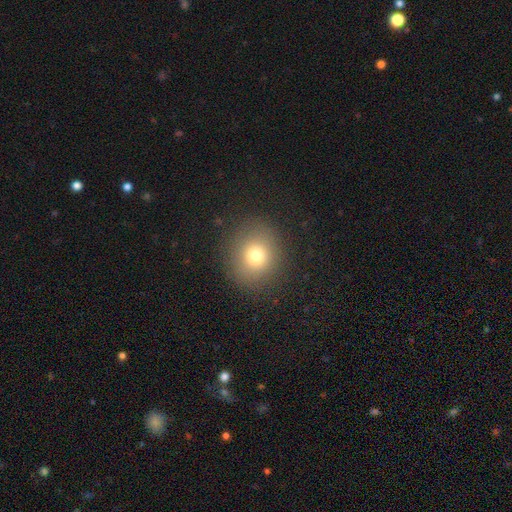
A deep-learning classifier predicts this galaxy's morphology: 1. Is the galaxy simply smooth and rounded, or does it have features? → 75% smooth, 15% star or artifact, 11% featured or disk.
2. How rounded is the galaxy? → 85% round, 14% in between, 1% cigar-shaped.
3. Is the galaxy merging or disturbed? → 88% none, 8% minor disturbance, 4% major disturbance, 1% merger.